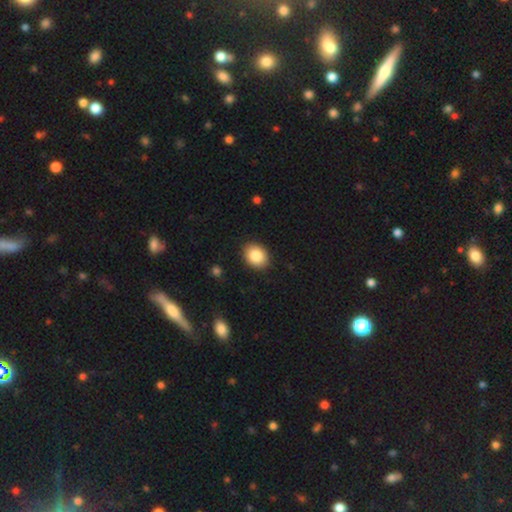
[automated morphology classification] This is clearly a smooth galaxy (86%). How rounded: likely in between (64%). Merging: clearly none (89%).